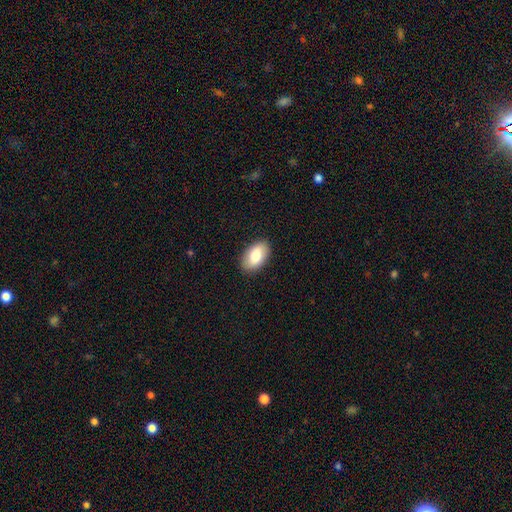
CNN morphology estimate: type=smooth (80%); roundness=in between (93%); merging=none (88%).